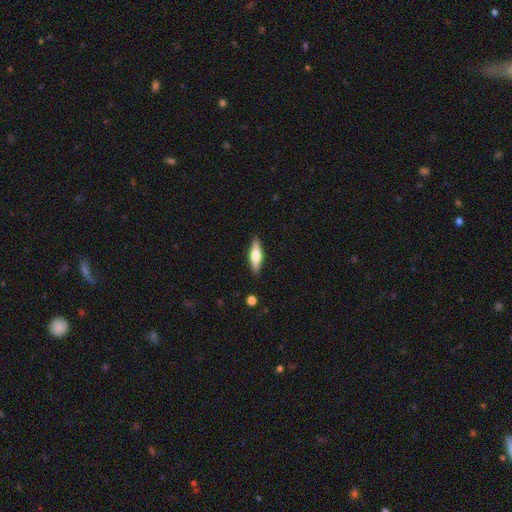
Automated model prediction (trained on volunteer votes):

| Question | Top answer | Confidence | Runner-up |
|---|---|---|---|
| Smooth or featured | smooth | 49% | featured or disk (46%) |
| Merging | none | 88% | minor disturbance (9%) |